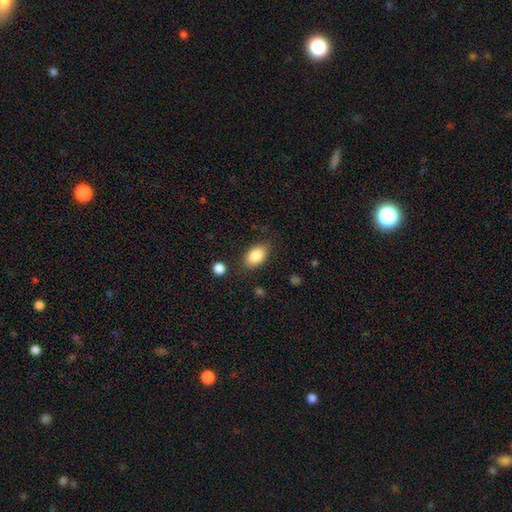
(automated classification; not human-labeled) A smooth galaxy with no disk features (85%) that is in between round and cigar-shaped (90%). Merging: none (83%).